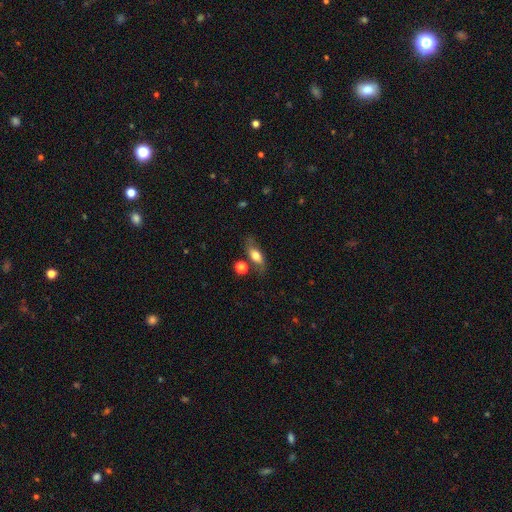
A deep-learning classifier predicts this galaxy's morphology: This appears to be a smooth galaxy with no disk features (62%) that is in between round and cigar-shaped (74%). Merging: none (66%).